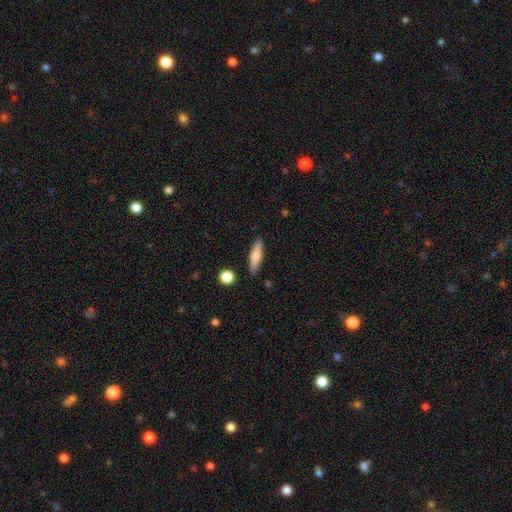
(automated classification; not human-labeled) smooth-or-featured: smooth: 67% | featured or disk: 27% | star or artifact: 6%
  how-rounded: cigar-shaped: 68% | in between: 29% | round: 2%
  merging: none: 86% | minor disturbance: 10% | merger: 2% | major disturbance: 2%